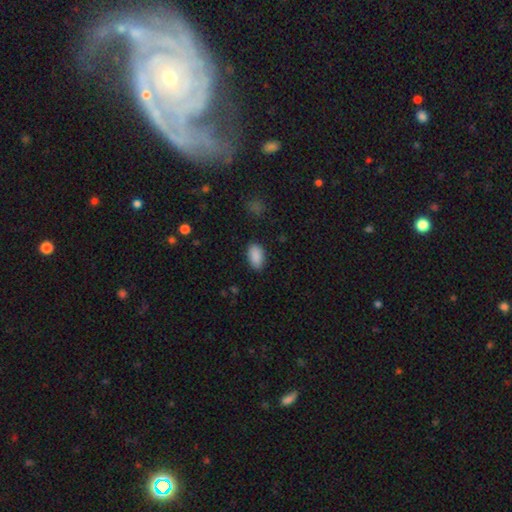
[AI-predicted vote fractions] smooth-or-featured: smooth: 90% | star or artifact: 7% | featured or disk: 3%
  how-rounded: in between: 93% | round: 5% | cigar-shaped: 2%
  merging: none: 85% | minor disturbance: 11% | major disturbance: 3% | merger: 1%